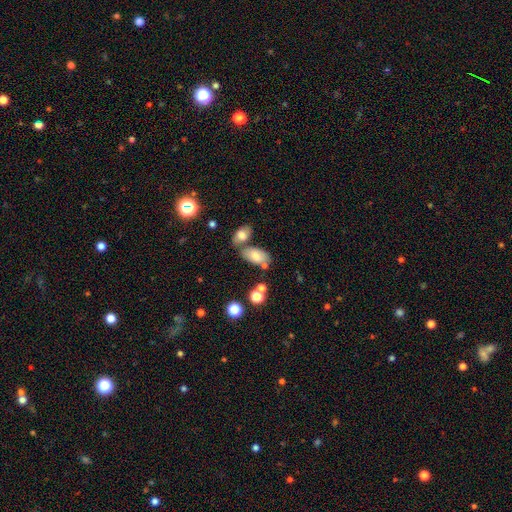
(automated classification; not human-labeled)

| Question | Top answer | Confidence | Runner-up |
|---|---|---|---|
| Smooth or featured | smooth | 73% | featured or disk (17%) |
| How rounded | in between | 93% | round (5%) |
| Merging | none | 52% | merger (27%) |